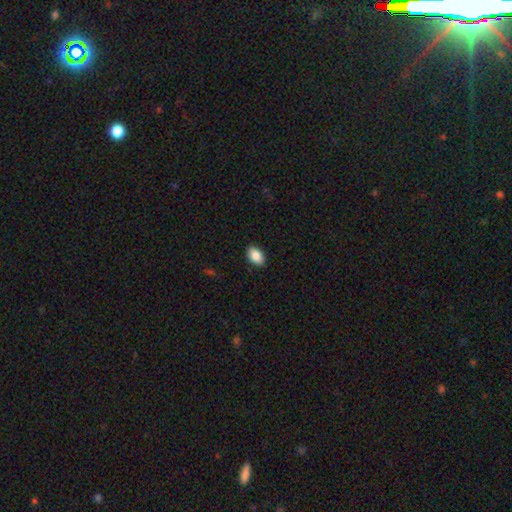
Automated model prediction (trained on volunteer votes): Overall: smooth (88%). How rounded: in between (90%). Merging: none (89%).